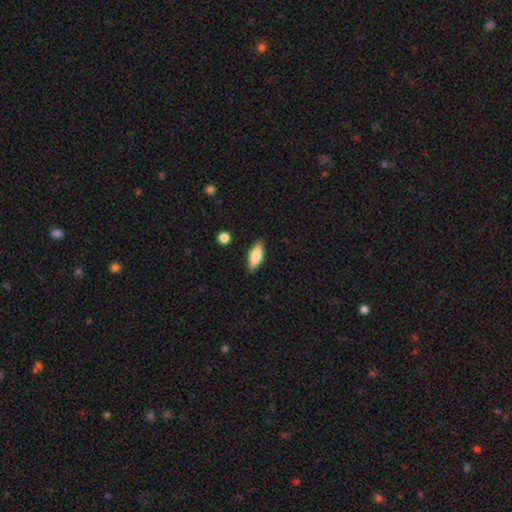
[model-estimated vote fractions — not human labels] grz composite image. It shows a smooth galaxy with no disk features (76%) that is in between round and cigar-shaped (69%). Merging: none (87%).